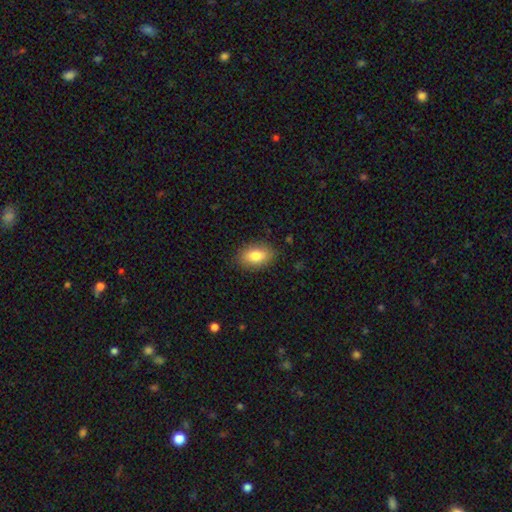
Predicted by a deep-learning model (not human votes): smooth-or-featured: smooth: 81% | featured or disk: 12% | star or artifact: 7%
  how-rounded: in between: 87% | round: 10% | cigar-shaped: 3%
  merging: none: 85% | minor disturbance: 11% | major disturbance: 3% | merger: 1%